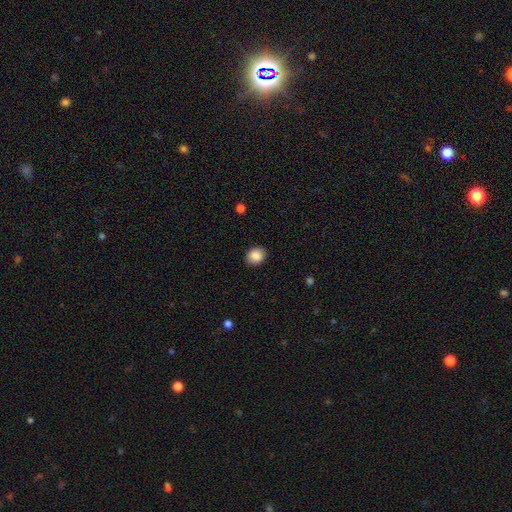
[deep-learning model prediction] This appears to be a smooth galaxy with no disk features (87%) that is round (57%). Merging: none (90%).